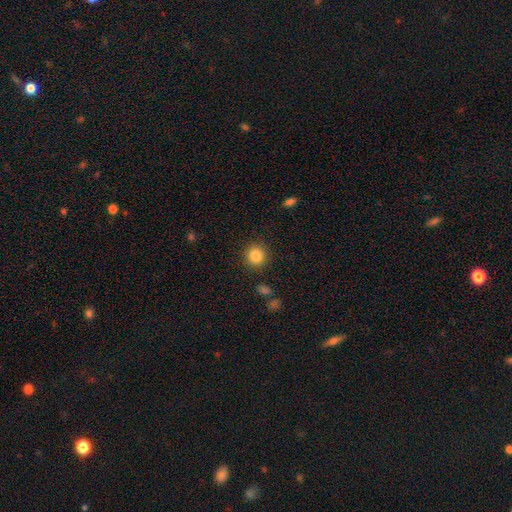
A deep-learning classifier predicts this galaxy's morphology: Smooth or featured? Predicted: smooth (p=0.84). How rounded? Predicted: round (p=0.88). Merging? Predicted: none (p=0.89).